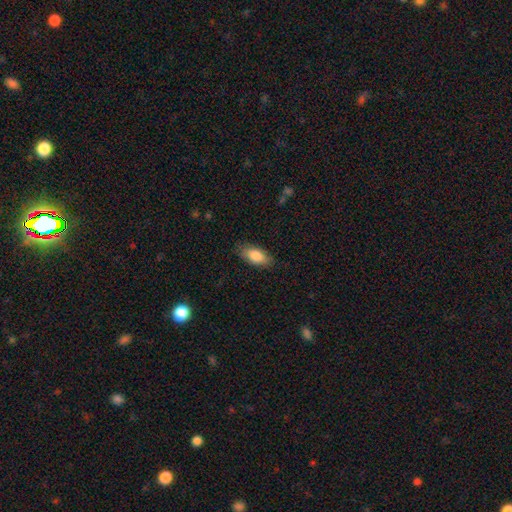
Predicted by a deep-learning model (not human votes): The model was most divided on "merging": none: 84%, minor disturbance: 12%, major disturbance: 3%, merger: 1%. More confident: how rounded — in between (87%); smooth or featured — smooth (83%).